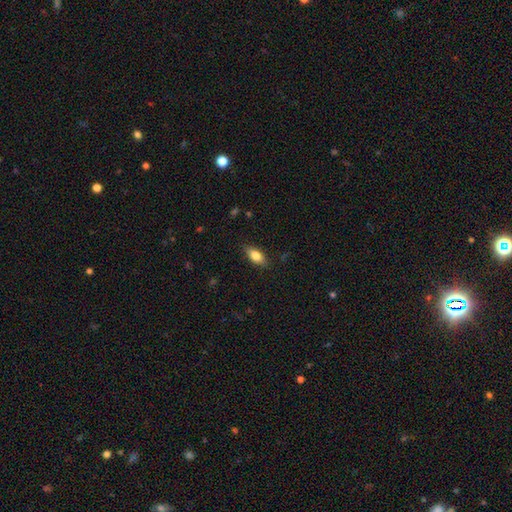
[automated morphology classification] type=smooth (79%); roundness=in between (85%); merging=none (85%).